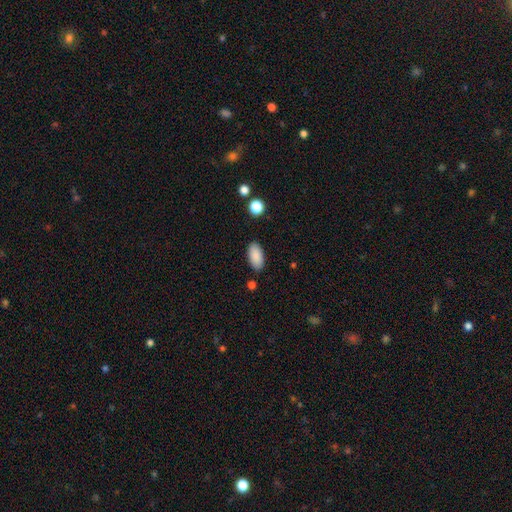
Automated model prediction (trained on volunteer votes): Smooth or featured?
  - smooth: 89% *
  - star or artifact: 7%
  - featured or disk: 4%
How rounded?
  - in between: 94% *
  - cigar-shaped: 4%
  - round: 2%
Merging?
  - none: 86% *
  - minor disturbance: 10%
  - major disturbance: 2%
  - merger: 2%